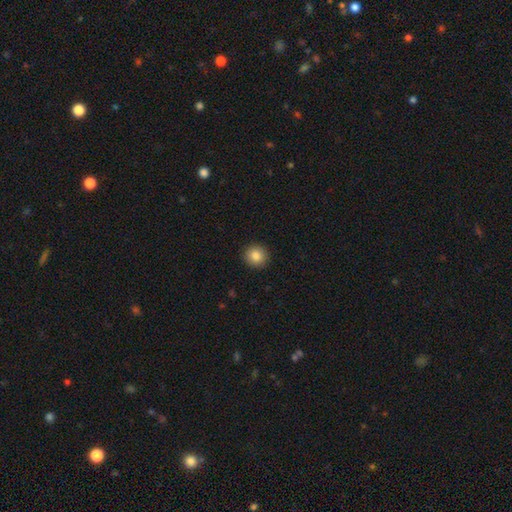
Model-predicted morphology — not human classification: Q: Smooth or featured?
A: smooth (85%); runner-up: star or artifact (9%)
Q: How rounded?
A: round (92%); runner-up: in between (7%)
Q: Merging?
A: none (92%); runner-up: minor disturbance (5%)